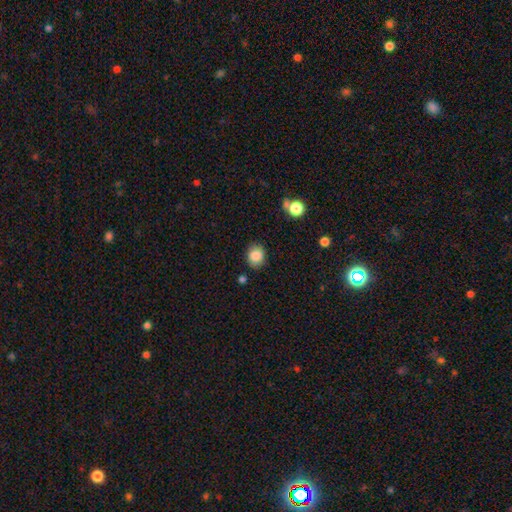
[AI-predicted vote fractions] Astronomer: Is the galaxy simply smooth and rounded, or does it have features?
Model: smooth — 85%.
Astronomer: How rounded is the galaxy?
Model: round — 51% (runner-up: in between, 48%).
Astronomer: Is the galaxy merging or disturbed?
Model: none — 81%.